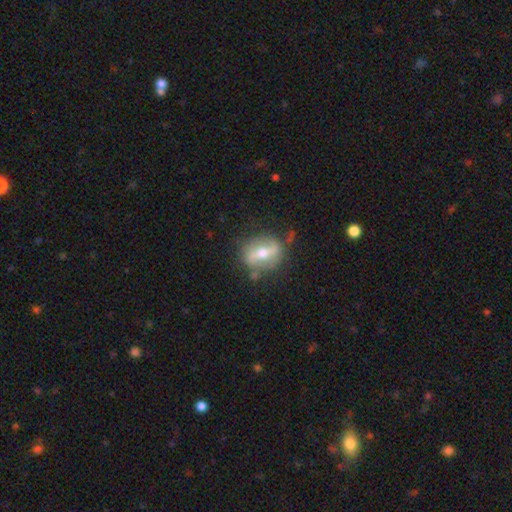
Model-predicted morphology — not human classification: This appears to be a featured or disk galaxy (69%) with a strong bar (68%), no spiral arms (58%) and a moderate central bulge (67%). Merging: none (75%).